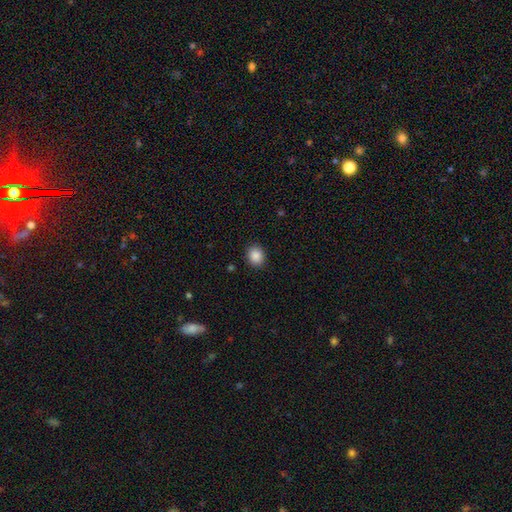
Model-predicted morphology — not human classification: smooth_or_featured: smooth (p=0.88) [alt: star or artifact p=0.09]
how_rounded: round (p=0.64) [alt: in between p=0.35]
merging: none (p=0.90) [alt: minor disturbance p=0.07]